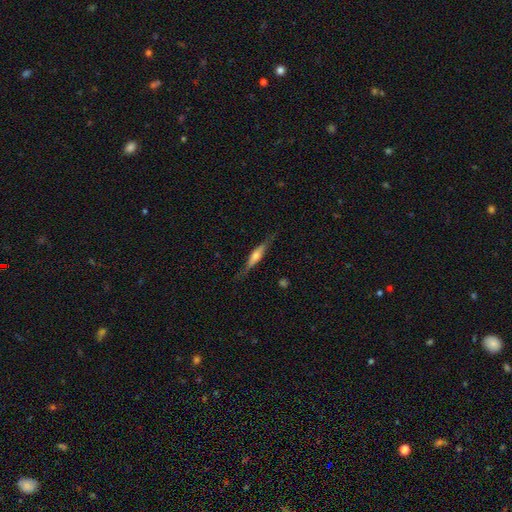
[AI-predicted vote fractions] Smooth or featured? featured or disk (61%)
Edge-on disk? yes (94%)
Edge-on bulge? rounded (74%)
Merging? none (80%)